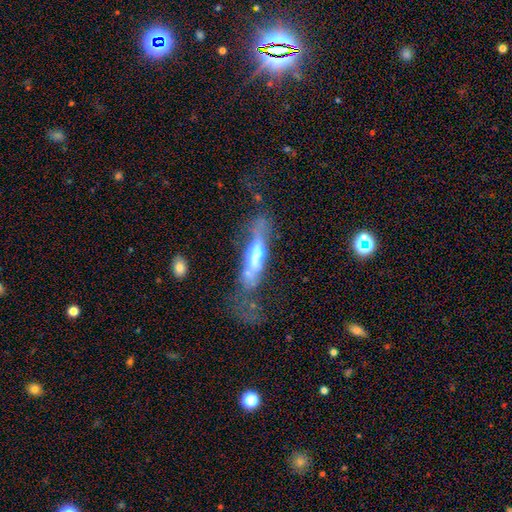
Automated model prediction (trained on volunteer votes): Smooth or featured? featured or disk (56%)
Edge-on disk? yes (56%)
Merging? major disturbance (42%)